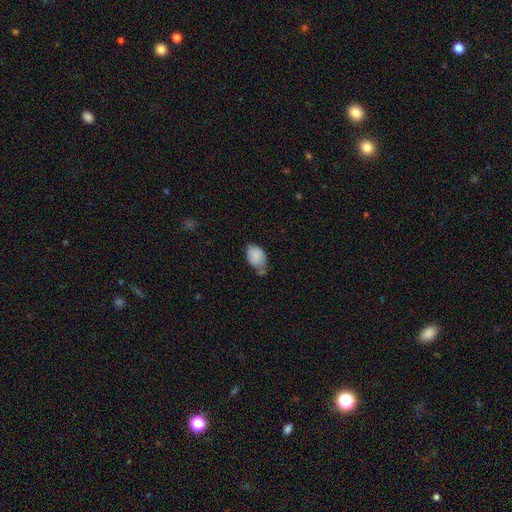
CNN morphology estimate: This is clearly a smooth galaxy (83%). How rounded: clearly in between (84%). Merging: possibly none (45%).